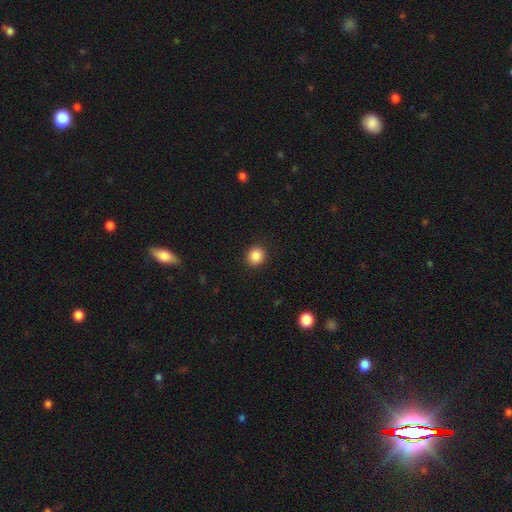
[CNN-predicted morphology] This is clearly a smooth galaxy (87%). How rounded: clearly round (88%). Merging: clearly none (92%).